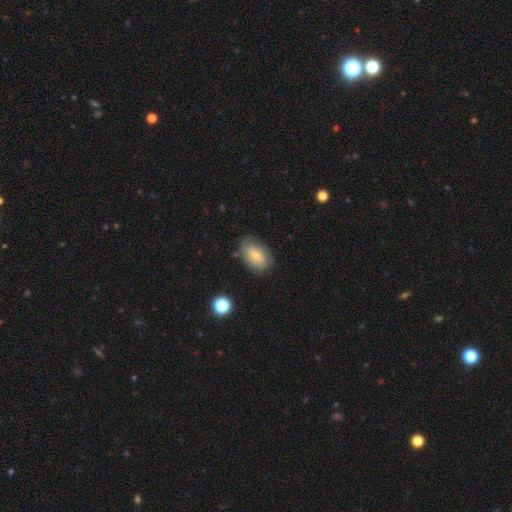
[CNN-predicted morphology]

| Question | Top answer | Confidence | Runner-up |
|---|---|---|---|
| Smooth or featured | smooth | 64% | featured or disk (28%) |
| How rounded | in between | 83% | round (16%) |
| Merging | none | 68% | minor disturbance (23%) |